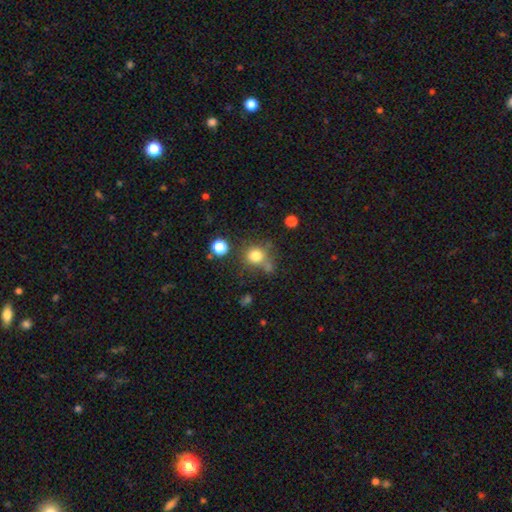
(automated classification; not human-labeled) Morphology: type=smooth (78%); roundness=round (86%); merging=none (62%).